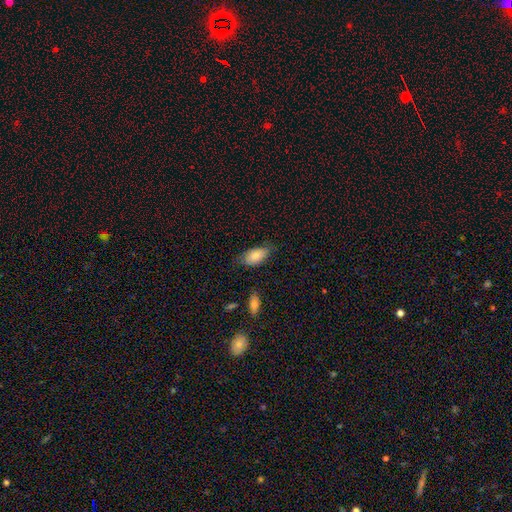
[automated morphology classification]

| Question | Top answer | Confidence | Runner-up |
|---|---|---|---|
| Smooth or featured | smooth | 81% | featured or disk (12%) |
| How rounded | in between | 92% | cigar-shaped (5%) |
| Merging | none | 65% | minor disturbance (27%) |